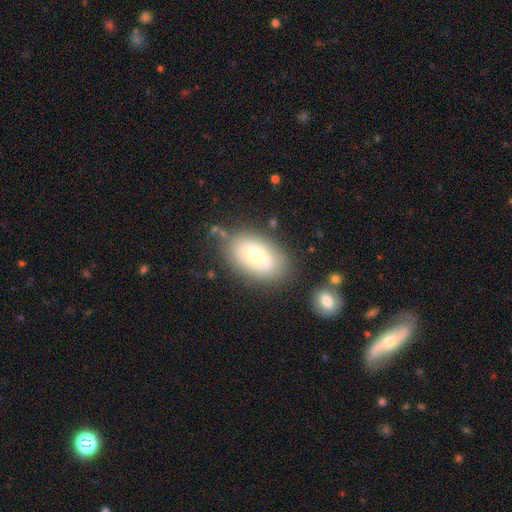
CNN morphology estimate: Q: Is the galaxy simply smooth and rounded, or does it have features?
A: smooth — 63%.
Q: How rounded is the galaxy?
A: in between — 89%.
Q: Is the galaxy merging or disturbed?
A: none — 72%.